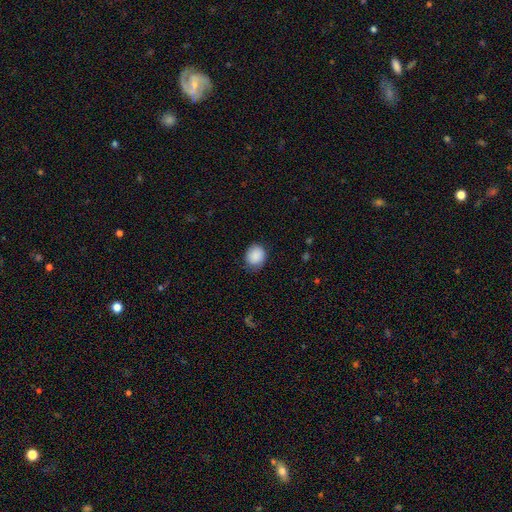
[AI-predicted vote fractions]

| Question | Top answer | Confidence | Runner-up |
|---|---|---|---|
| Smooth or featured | smooth | 88% | star or artifact (8%) |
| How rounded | round | 67% | in between (32%) |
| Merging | none | 76% | minor disturbance (19%) |